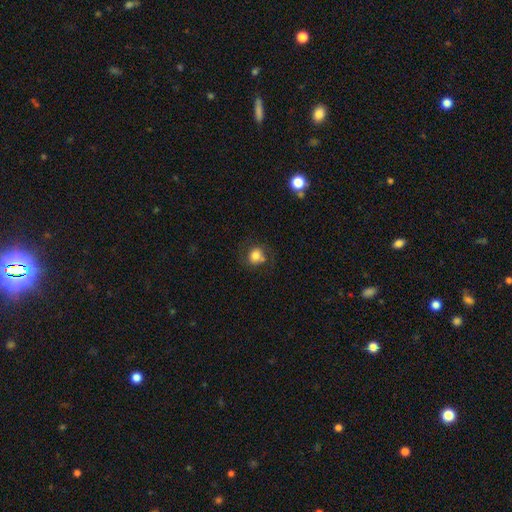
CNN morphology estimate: Smooth or featured? Predicted: smooth (p=0.78). How rounded? Predicted: round (p=0.76). Merging? Predicted: none (p=0.65).